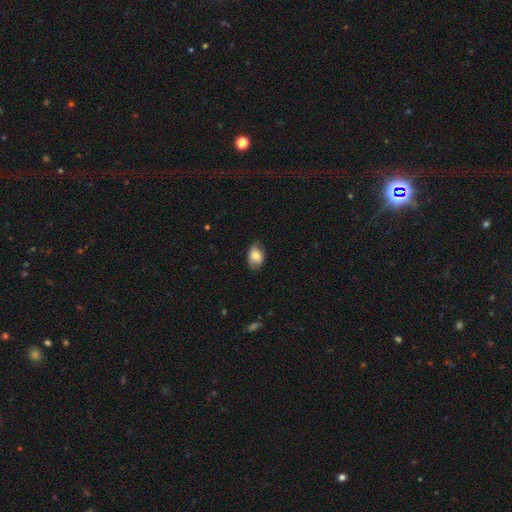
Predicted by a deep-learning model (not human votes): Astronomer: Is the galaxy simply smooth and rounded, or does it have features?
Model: smooth — 72%.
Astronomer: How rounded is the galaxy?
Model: in between — 84%.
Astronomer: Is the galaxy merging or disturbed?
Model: none — 68%.